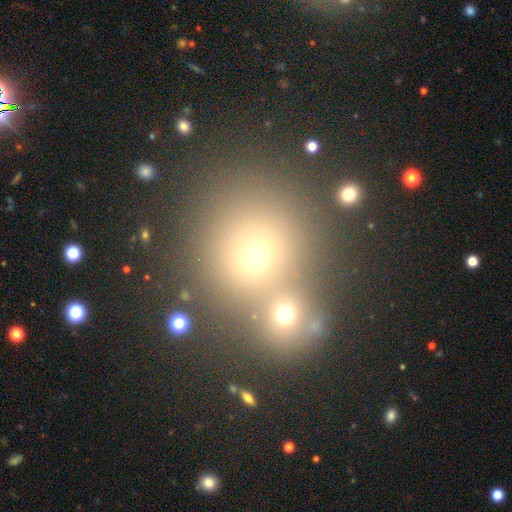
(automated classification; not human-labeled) A smooth galaxy with no disk features (53%) that is round (86%).

Vote fractions:
- Smooth or featured? smooth: 53% / star or artifact: 34% / featured or disk: 13%
- How rounded? round: 86% / in between: 13% / cigar-shaped: 1%
- Merging? none: 53% / merger: 36% / minor disturbance: 7% / major disturbance: 4%